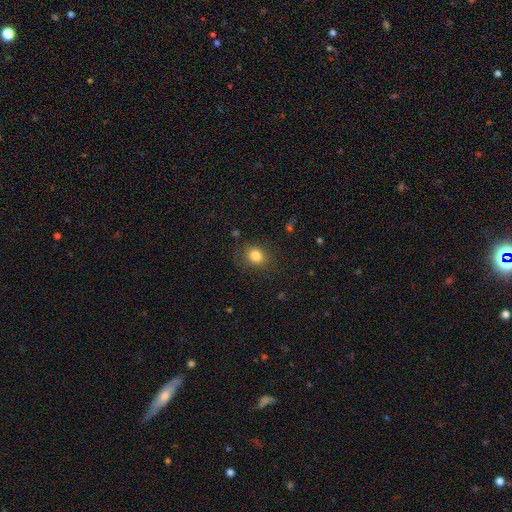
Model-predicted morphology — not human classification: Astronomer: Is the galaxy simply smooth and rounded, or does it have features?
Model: smooth — 82%.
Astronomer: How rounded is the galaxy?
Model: round — 61% (runner-up: in between, 38%).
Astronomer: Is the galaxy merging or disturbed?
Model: none — 80%.